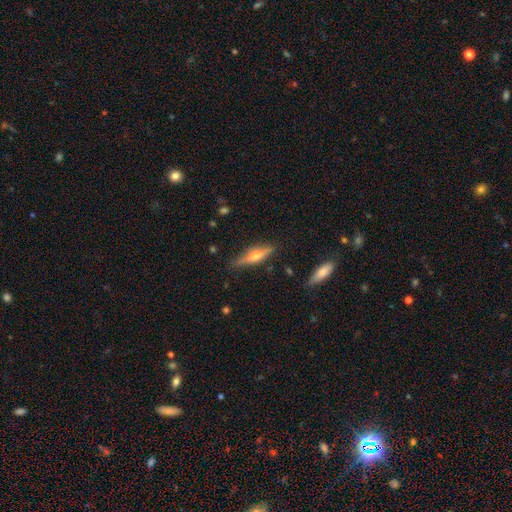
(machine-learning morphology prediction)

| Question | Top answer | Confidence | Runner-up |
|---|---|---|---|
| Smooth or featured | featured or disk | 55% | smooth (38%) |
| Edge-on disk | yes | 93% | no (7%) |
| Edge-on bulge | rounded | 86% | boxy (9%) |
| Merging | none | 82% | minor disturbance (14%) |